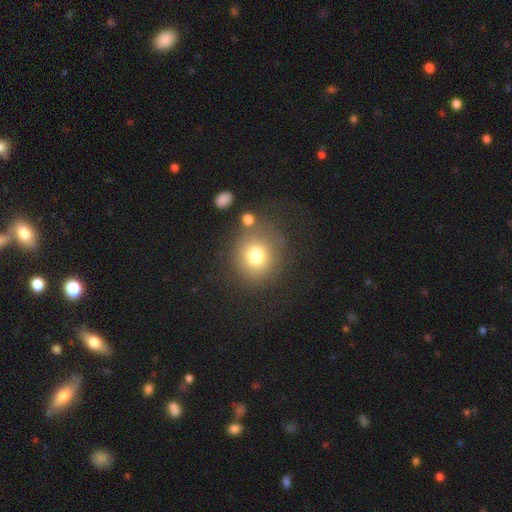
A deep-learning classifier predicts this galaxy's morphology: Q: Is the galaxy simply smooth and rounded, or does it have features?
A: smooth — 75%.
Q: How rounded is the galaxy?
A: round — 83%.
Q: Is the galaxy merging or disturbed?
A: none — 74%.